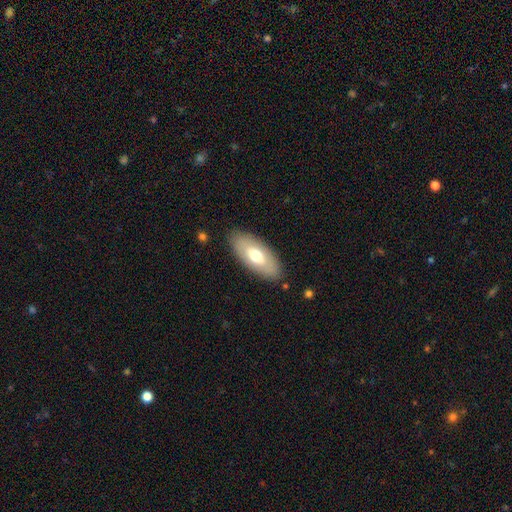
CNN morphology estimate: type=smooth (63%); roundness=in between (87%); merging=none (86%).